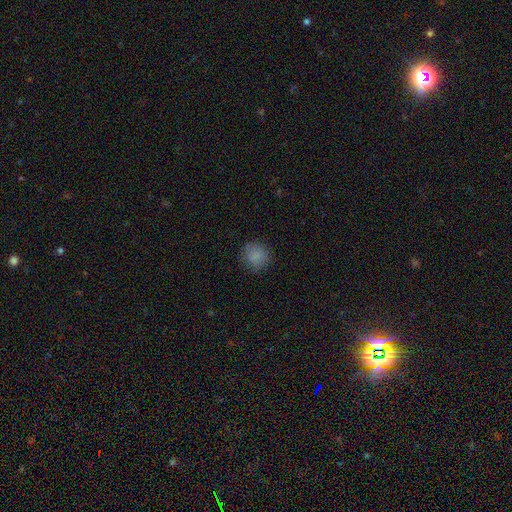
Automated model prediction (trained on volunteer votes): A smooth galaxy with no disk features (84%) that is round (84%). Merging: none (83%).